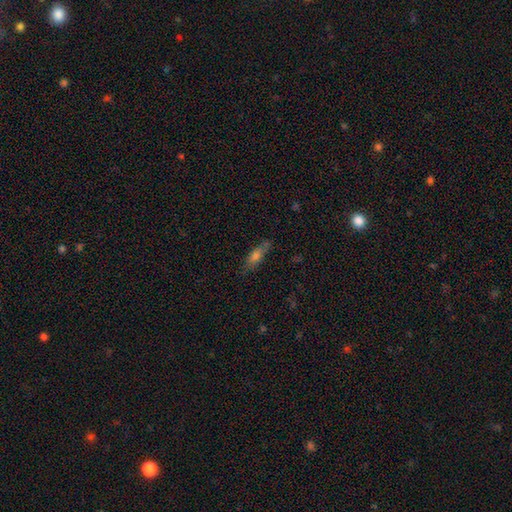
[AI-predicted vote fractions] A smooth galaxy with no disk features (61%) that is cigar-shaped (54%). Merging: none (75%).